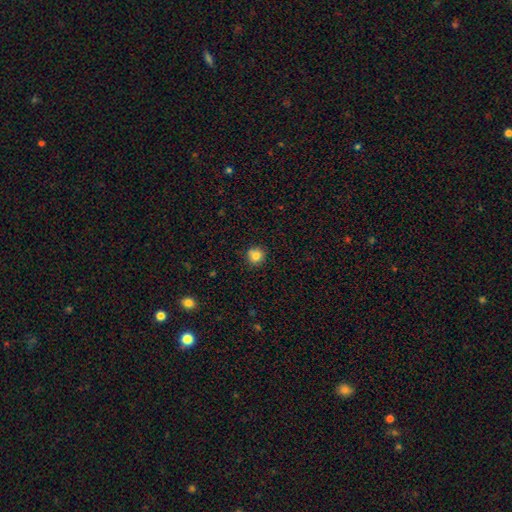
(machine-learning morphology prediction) type=smooth (82%); roundness=round (92%); merging=none (84%).